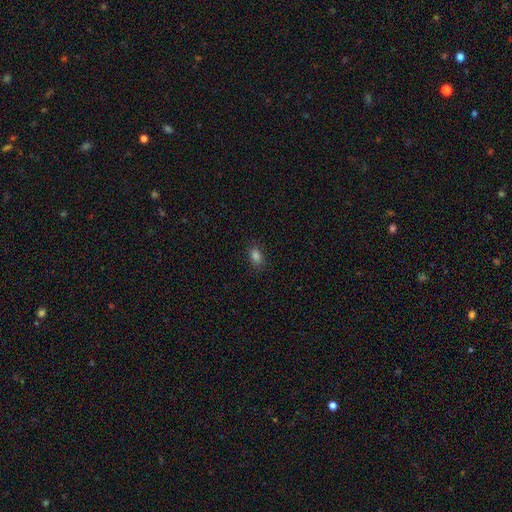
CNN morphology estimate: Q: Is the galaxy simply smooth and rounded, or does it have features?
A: smooth — 82%.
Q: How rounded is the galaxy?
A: in between — 81%.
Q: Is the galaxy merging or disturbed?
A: none — 86%.